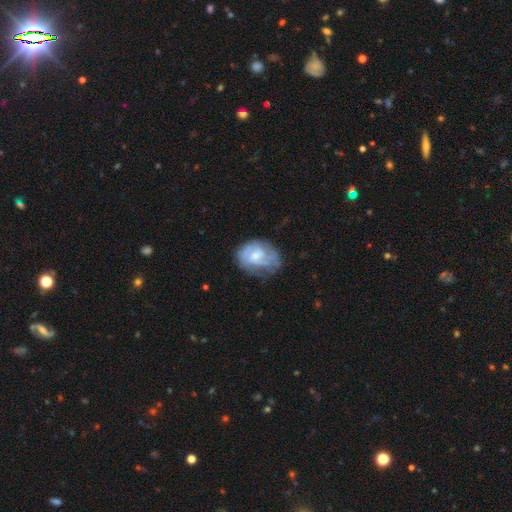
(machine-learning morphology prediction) Q: Smooth or featured?
A: featured or disk (61%); runner-up: smooth (32%)
Q: Edge-on disk?
A: no (97%); runner-up: yes (3%)
Q: Bar?
A: no (57%); runner-up: weak (38%)
Q: Spiral arms?
A: yes (69%); runner-up: no (31%)
Q: Bulge size?
A: moderate (44%); runner-up: small (42%)
Q: Merging?
A: none (50%); runner-up: minor disturbance (29%)